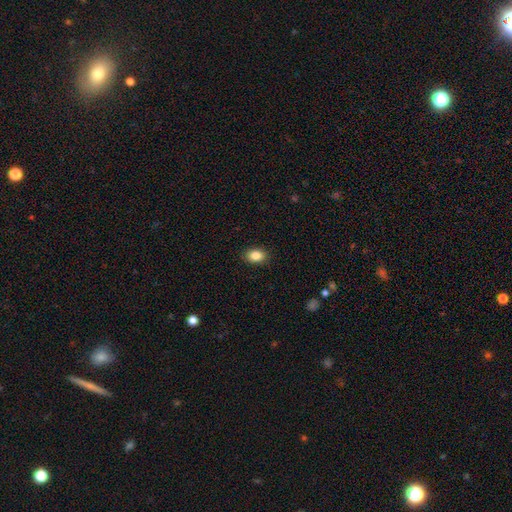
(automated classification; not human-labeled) smooth-or-featured: smooth: 86% | star or artifact: 8% | featured or disk: 6%
  how-rounded: in between: 81% | round: 17% | cigar-shaped: 1%
  merging: none: 89% | minor disturbance: 8% | major disturbance: 2% | merger: 1%